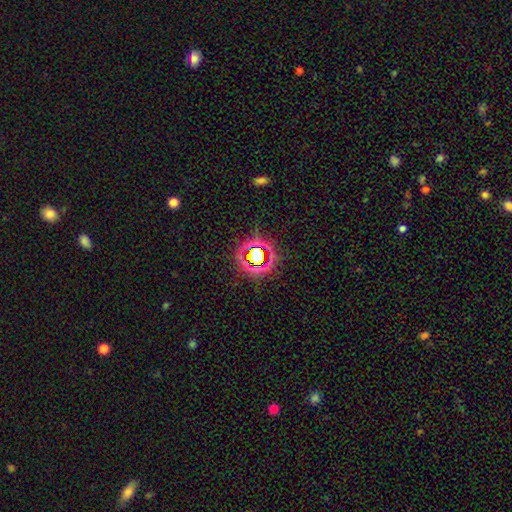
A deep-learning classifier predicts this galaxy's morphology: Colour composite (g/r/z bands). It shows a star or artifact, not a galaxy (73%).